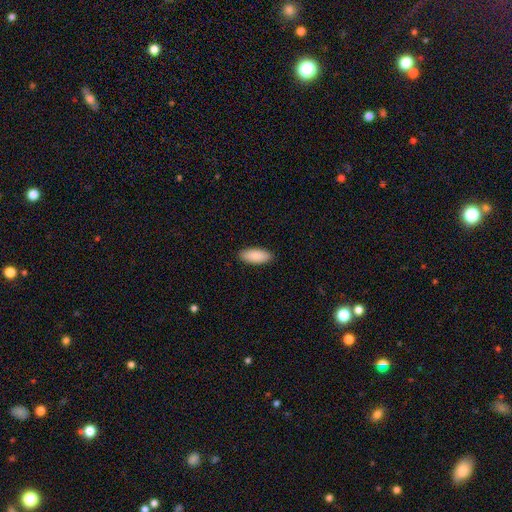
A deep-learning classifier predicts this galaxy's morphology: type=smooth (89%); roundness=in between (84%); merging=none (90%).